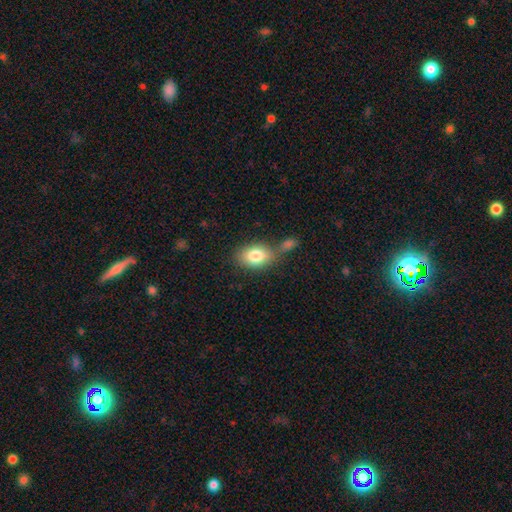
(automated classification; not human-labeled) smooth-or-featured: smooth: 81% | featured or disk: 12% | star or artifact: 7%
  how-rounded: in between: 81% | round: 17% | cigar-shaped: 1%
  merging: none: 55% | merger: 24% | minor disturbance: 16% | major disturbance: 6%